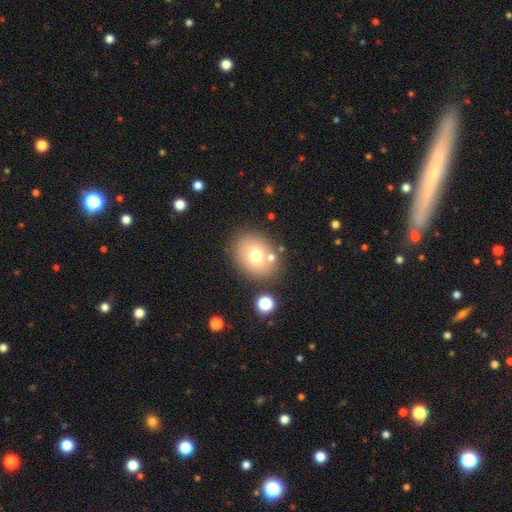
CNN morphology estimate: Smooth or featured? Predicted: smooth (p=0.69). How rounded? Predicted: in between (p=0.53). Merging? Predicted: none (p=0.76).